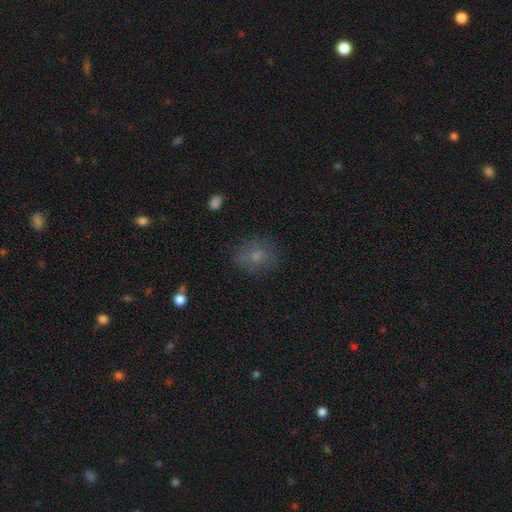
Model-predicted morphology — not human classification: smooth-or-featured: smooth: 67% | featured or disk: 18% | star or artifact: 15%
  how-rounded: round: 63% | in between: 35% | cigar-shaped: 1%
  merging: none: 70% | minor disturbance: 19% | major disturbance: 9% | merger: 2%